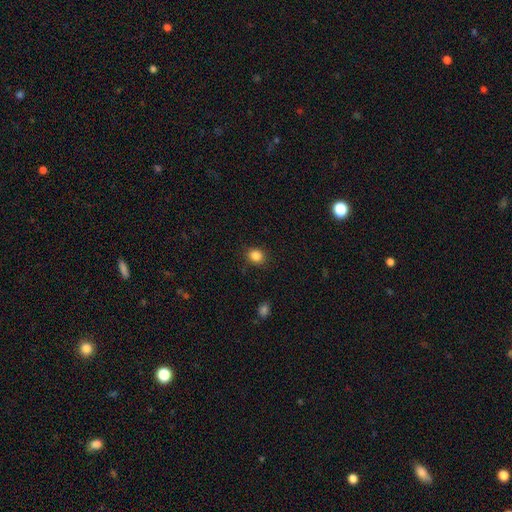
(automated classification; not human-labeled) The model was most divided on "how rounded": round: 67%, in between: 32%, cigar-shaped: 1%. More confident: merging — none (86%); smooth or featured — smooth (86%).